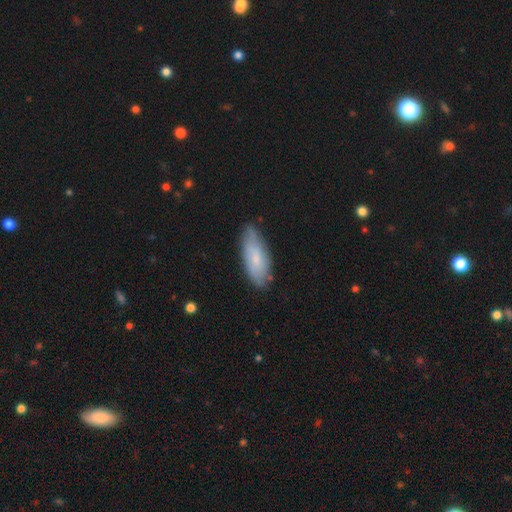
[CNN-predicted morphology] smooth 63%, featured or disk 29%, star or artifact 8%. Down the decision tree: how rounded — in between (74%); merging — none (78%).